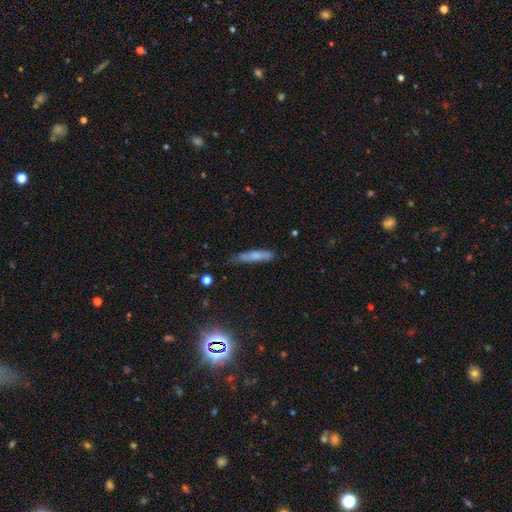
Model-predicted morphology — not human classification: This is likely a smooth galaxy (70%). How rounded: clearly cigar-shaped (86%). Merging: possibly none (60%).